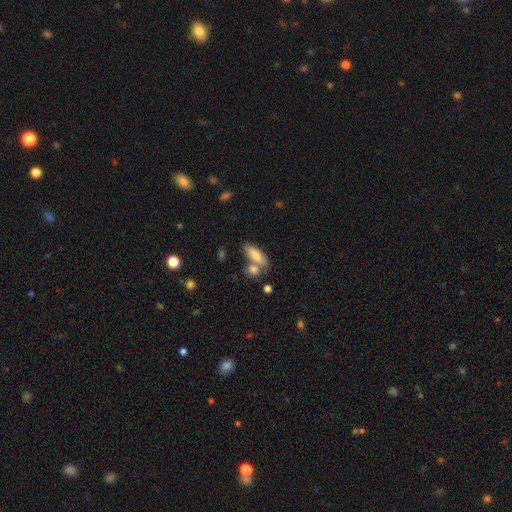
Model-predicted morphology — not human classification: This is clearly a smooth galaxy (80%). How rounded: likely in between (64%). Merging: possibly none (51%).